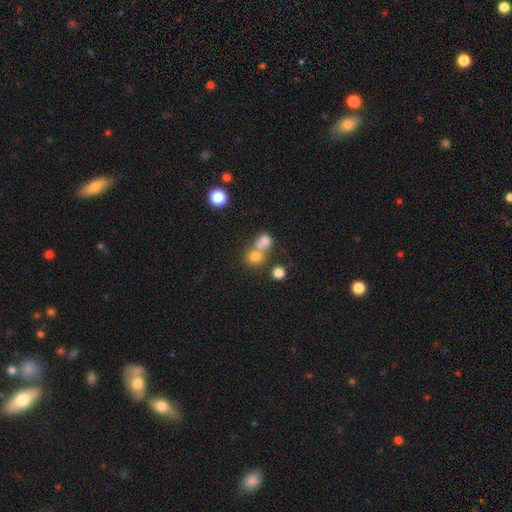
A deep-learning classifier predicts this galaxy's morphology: Smooth or featured? smooth (72%)
How rounded? round (83%)
Merging? merger (49%)